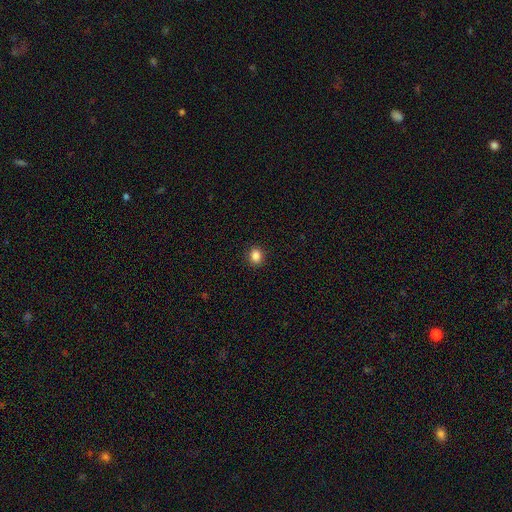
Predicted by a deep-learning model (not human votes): Q: Smooth or featured?
A: smooth (85%); runner-up: star or artifact (11%)
Q: How rounded?
A: round (57%); runner-up: in between (42%)
Q: Merging?
A: none (91%); runner-up: minor disturbance (6%)